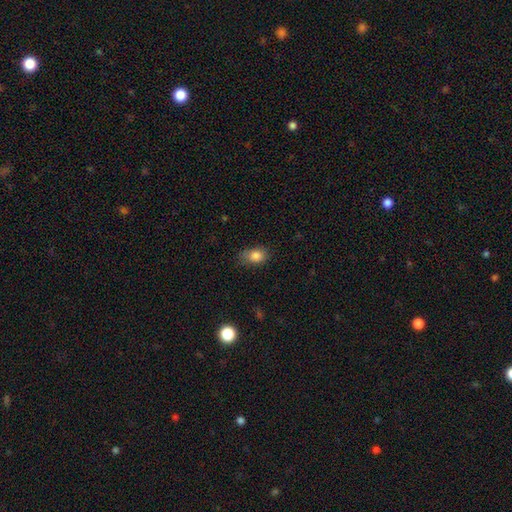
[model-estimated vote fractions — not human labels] Smooth or featured? Predicted: smooth (p=0.84). How rounded? Predicted: in between (p=0.79). Merging? Predicted: none (p=0.67).